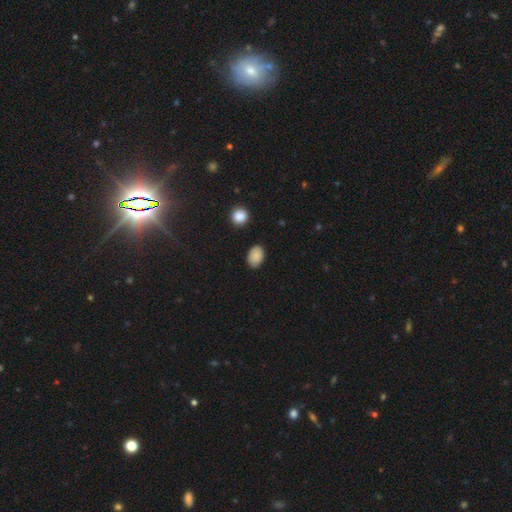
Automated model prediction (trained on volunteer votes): Smooth or featured: smooth — 88% (star or artifact — 8%)
How rounded: in between — 82% (round — 17%)
Merging: none — 86% (minor disturbance — 10%)